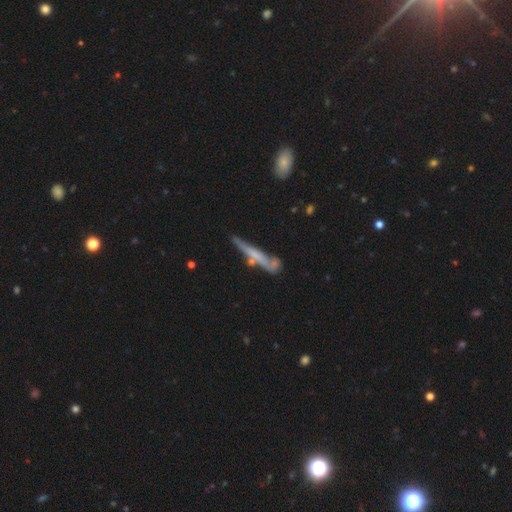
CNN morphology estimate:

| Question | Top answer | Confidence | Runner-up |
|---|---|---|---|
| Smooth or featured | featured or disk | 49% | smooth (43%) |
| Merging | none | 52% | minor disturbance (22%) |